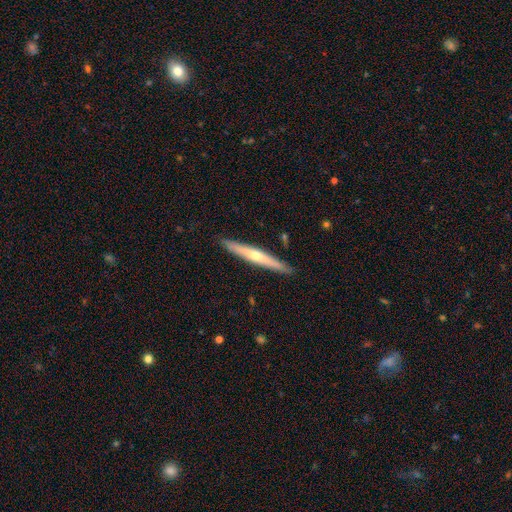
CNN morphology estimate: A featured or disk galaxy (59%) viewed edge-on (96%) with a rounded central bulge (70%). Merging: none (90%).